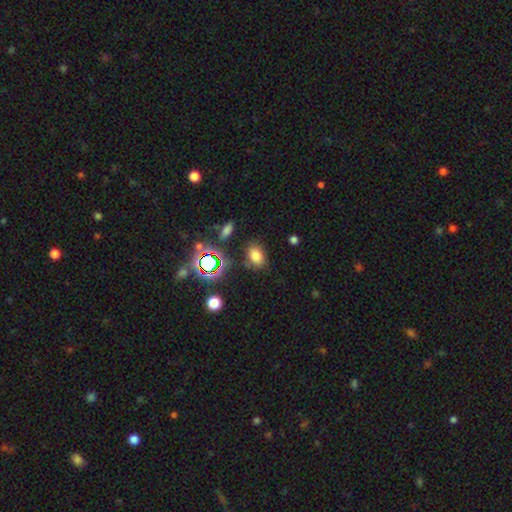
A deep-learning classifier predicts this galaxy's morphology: A smooth galaxy with no disk features (72%) that is in between round and cigar-shaped (78%).

Vote fractions:
- Smooth or featured? smooth: 72% / star or artifact: 20% / featured or disk: 8%
- How rounded? in between: 78% / round: 21% / cigar-shaped: 2%
- Merging? none: 78% / minor disturbance: 14% / major disturbance: 5% / merger: 4%